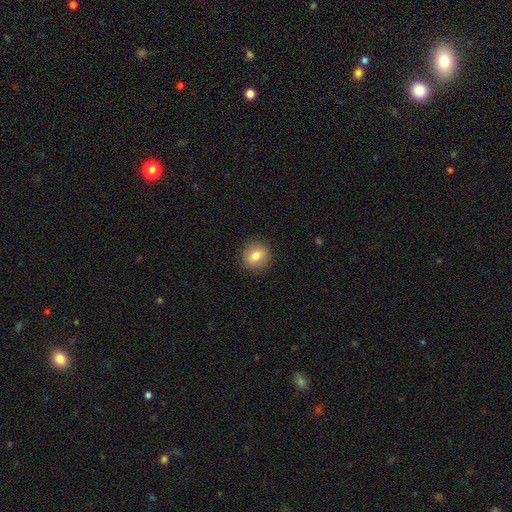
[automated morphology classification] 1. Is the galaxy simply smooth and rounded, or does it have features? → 80% smooth, 11% featured or disk, 9% star or artifact.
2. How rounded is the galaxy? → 81% round, 18% in between, 1% cigar-shaped.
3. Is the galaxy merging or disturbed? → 90% none, 7% minor disturbance, 2% major disturbance, 1% merger.